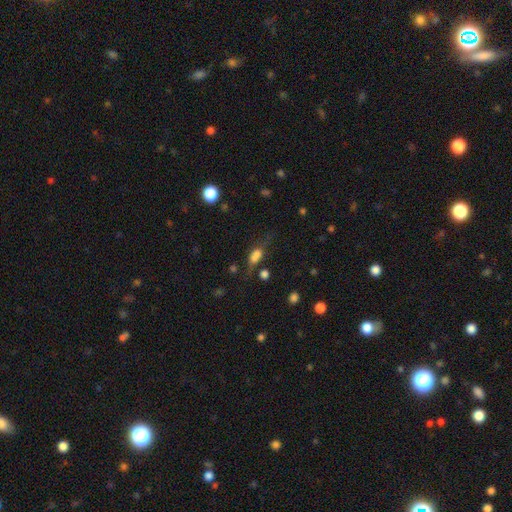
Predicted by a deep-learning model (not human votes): smooth_or_featured: smooth (p=0.62) [alt: featured or disk p=0.24]
how_rounded: in between (p=0.70) [alt: cigar-shaped p=0.16]
merging: none (p=0.43) [alt: minor disturbance p=0.23]